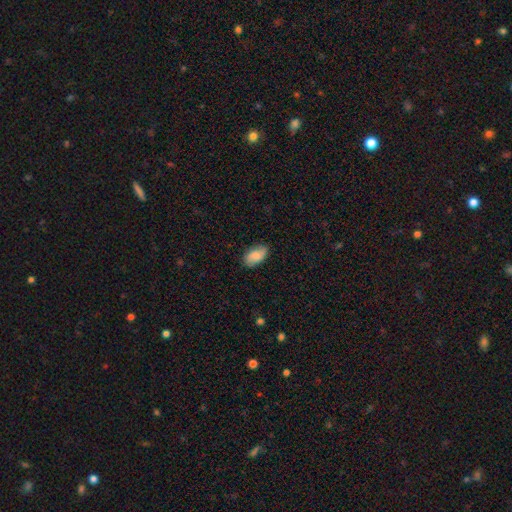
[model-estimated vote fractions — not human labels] A smooth galaxy with no disk features (76%) that is in between round and cigar-shaped (94%). Merging: none (83%).